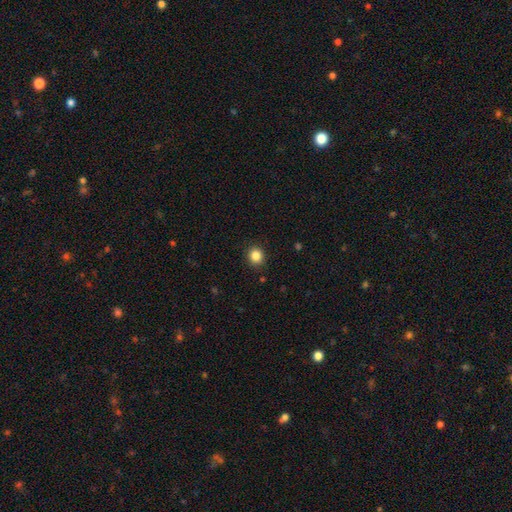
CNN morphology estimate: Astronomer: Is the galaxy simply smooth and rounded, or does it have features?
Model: smooth — 86%.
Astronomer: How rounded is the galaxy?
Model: round — 84%.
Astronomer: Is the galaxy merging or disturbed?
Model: none — 90%.